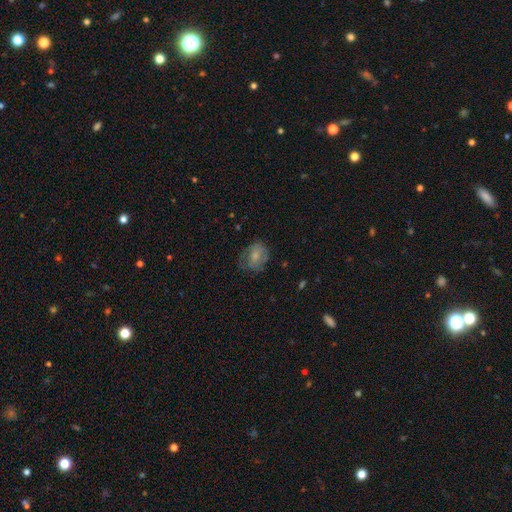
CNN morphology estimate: smooth-or-featured: smooth: 67% | featured or disk: 25% | star or artifact: 8%
  how-rounded: in between: 50% | round: 49% | cigar-shaped: 1%
  merging: none: 53% | minor disturbance: 29% | major disturbance: 17% | merger: 2%